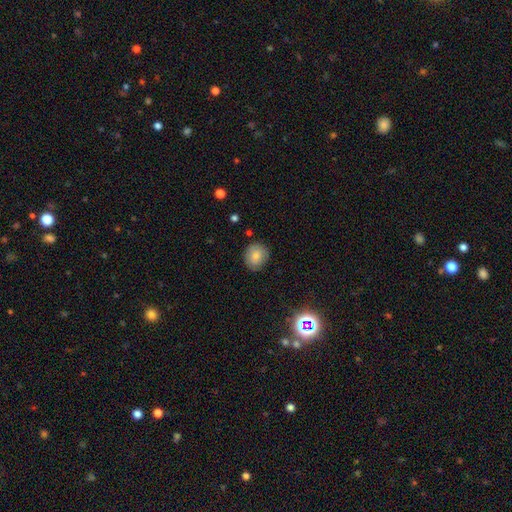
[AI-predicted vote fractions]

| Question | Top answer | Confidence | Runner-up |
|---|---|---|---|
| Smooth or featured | smooth | 76% | featured or disk (14%) |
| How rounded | round | 76% | in between (23%) |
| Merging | none | 82% | minor disturbance (14%) |